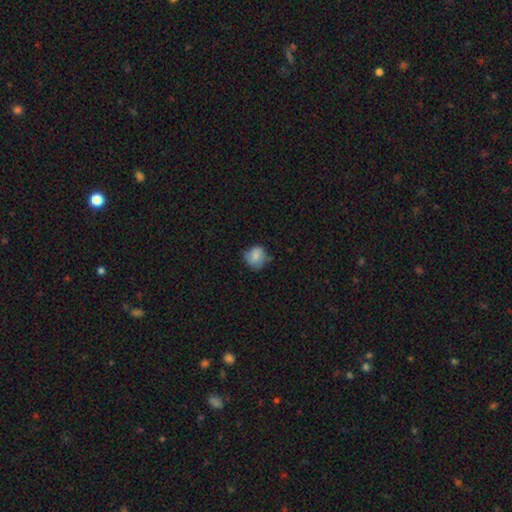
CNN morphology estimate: Overall: smooth (76%). How rounded: round (78%). Merging: none (61%; minor disturbance 30%).